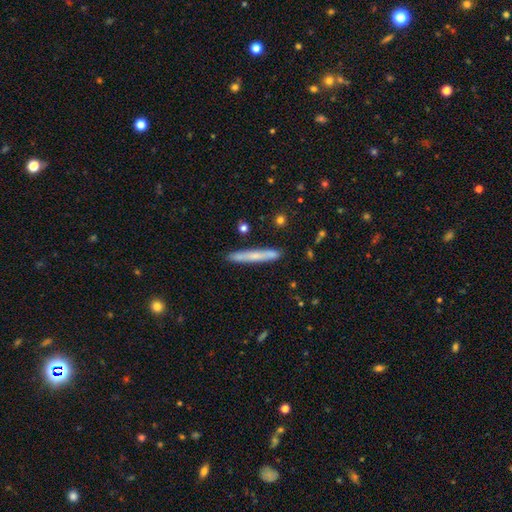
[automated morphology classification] Smooth or featured?
  - smooth: 57% *
  - featured or disk: 36%
  - star or artifact: 7%
How rounded?
  - cigar-shaped: 96% *
  - in between: 3%
  - round: 1%
Merging?
  - none: 87% *
  - minor disturbance: 9%
  - merger: 2%
  - major disturbance: 2%